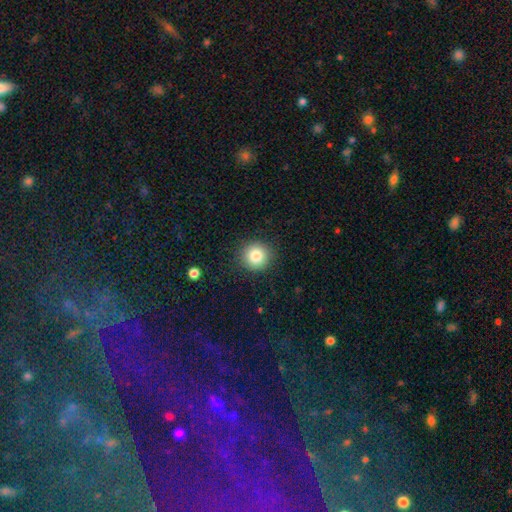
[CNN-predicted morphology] A smooth galaxy with no disk features (83%) that is round (93%).

Vote fractions:
- Smooth or featured? smooth: 83% / star or artifact: 10% / featured or disk: 7%
- How rounded? round: 93% / in between: 6% / cigar-shaped: 1%
- Merging? none: 90% / minor disturbance: 7% / major disturbance: 2% / merger: 1%